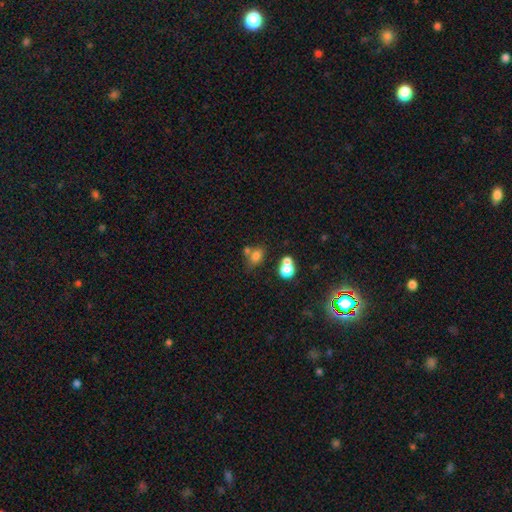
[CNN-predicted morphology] type=smooth (76%); roundness=in between (64%); merging=none (47%).